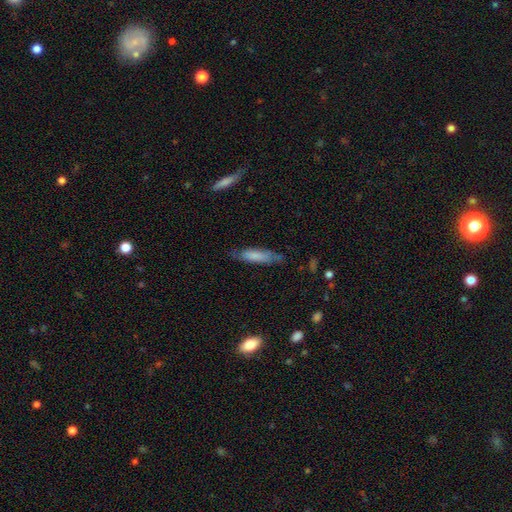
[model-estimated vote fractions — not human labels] This is likely a smooth galaxy (71%). How rounded: likely cigar-shaped (67%). Merging: likely none (66%).